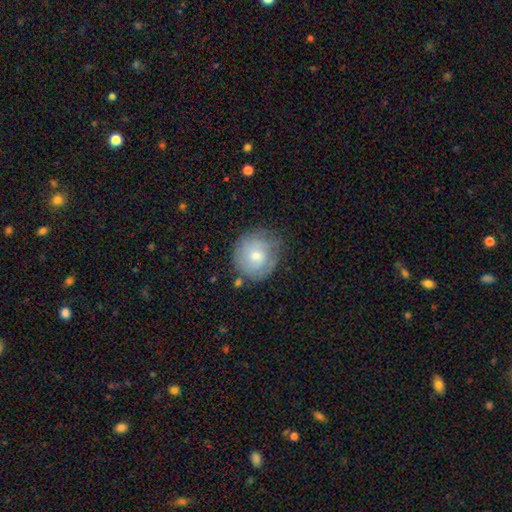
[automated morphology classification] This appears to be a smooth galaxy with no disk features (56%) that is round (88%). Merging: none (70%).